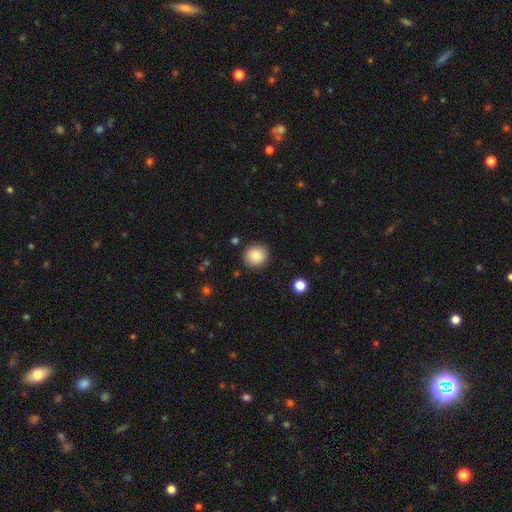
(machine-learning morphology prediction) A smooth galaxy with no disk features (87%) that is round (88%). Merging: none (89%).